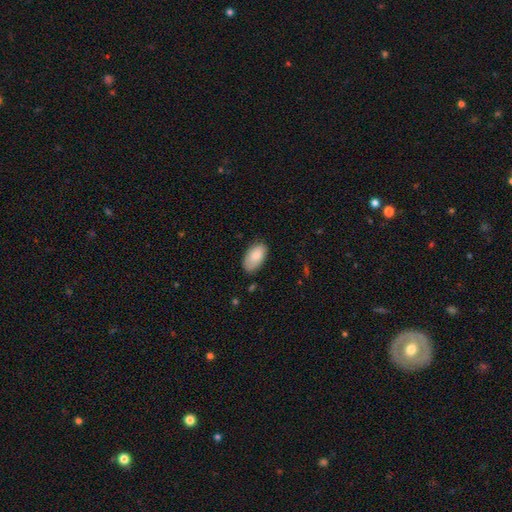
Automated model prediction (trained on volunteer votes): smooth-or-featured: smooth: 82% | featured or disk: 12% | star or artifact: 6%
  how-rounded: in between: 95% | round: 4% | cigar-shaped: 2%
  merging: none: 76% | minor disturbance: 20% | major disturbance: 3% | merger: 1%